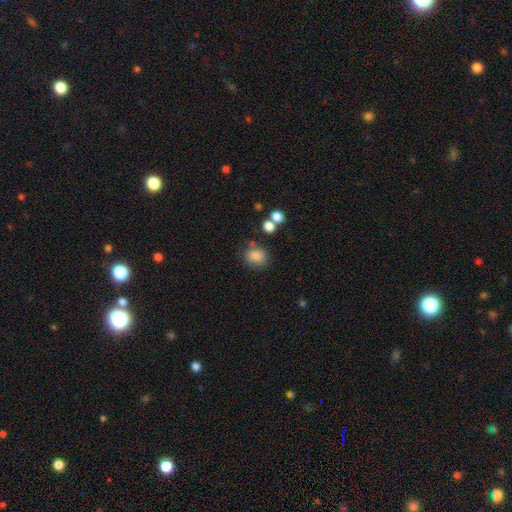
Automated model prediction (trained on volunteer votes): Smooth or featured? smooth (82%)
How rounded? round (66%)
Merging? none (69%)